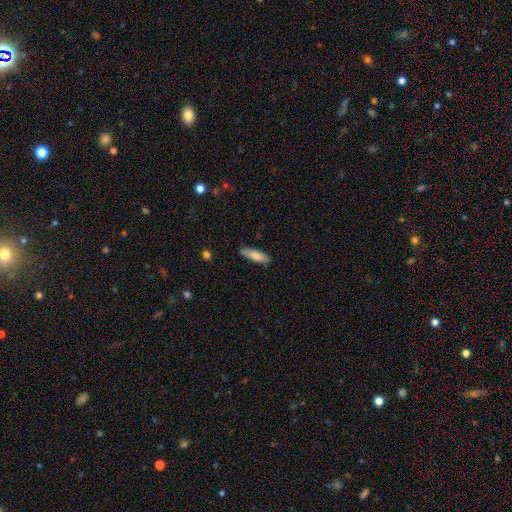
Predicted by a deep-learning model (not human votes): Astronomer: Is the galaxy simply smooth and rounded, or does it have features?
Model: smooth — 80%.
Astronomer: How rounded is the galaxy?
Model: cigar-shaped — 56% (runner-up: in between, 42%).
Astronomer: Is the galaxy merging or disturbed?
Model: none — 82%.